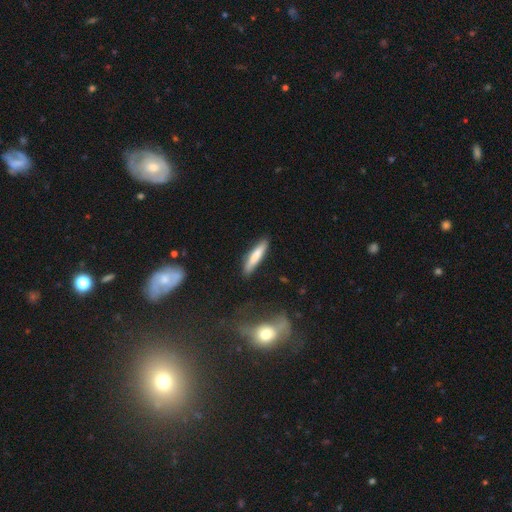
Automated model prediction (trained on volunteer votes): A smooth galaxy with no disk features (77%) that is cigar-shaped (86%).

Vote fractions:
- Smooth or featured? smooth: 77% / featured or disk: 17% / star or artifact: 6%
- How rounded? cigar-shaped: 86% / in between: 13% / round: 1%
- Merging? none: 87% / minor disturbance: 10% / major disturbance: 2% / merger: 2%